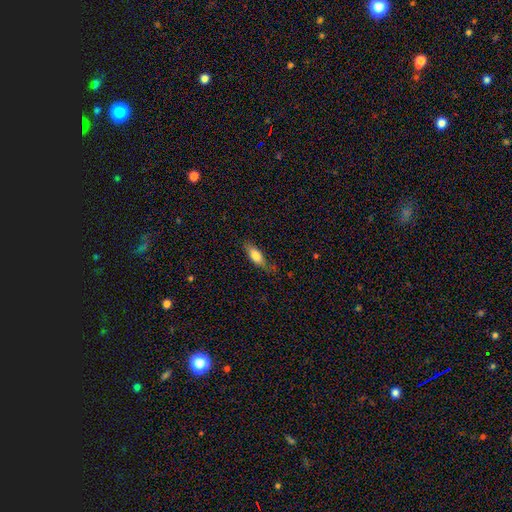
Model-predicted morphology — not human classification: Smooth or featured?
  - smooth: 78% *
  - featured or disk: 15%
  - star or artifact: 7%
How rounded?
  - in between: 68% *
  - cigar-shaped: 29%
  - round: 3%
Merging?
  - none: 63% *
  - minor disturbance: 26%
  - major disturbance: 8%
  - merger: 2%